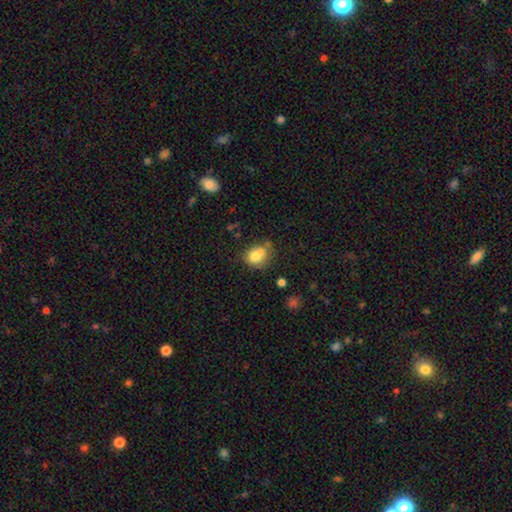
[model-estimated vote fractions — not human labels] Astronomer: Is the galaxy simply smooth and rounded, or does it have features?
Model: smooth — 75%.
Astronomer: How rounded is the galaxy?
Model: round — 61% (runner-up: in between, 38%).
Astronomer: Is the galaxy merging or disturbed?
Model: none — 44% (runner-up: merger, 30%).